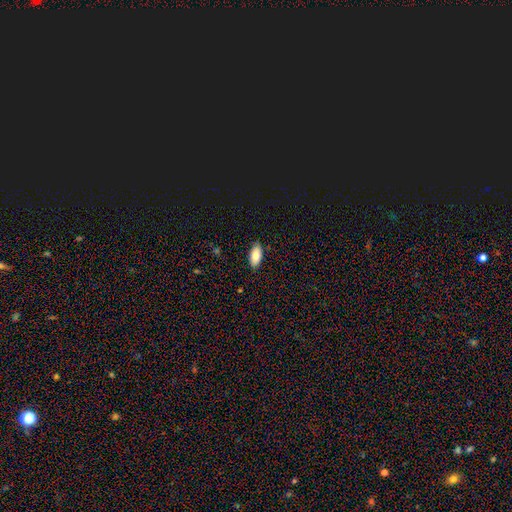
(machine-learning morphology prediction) This appears to be a smooth galaxy with no disk features (82%) that is in between round and cigar-shaped (90%). Merging: none (87%).